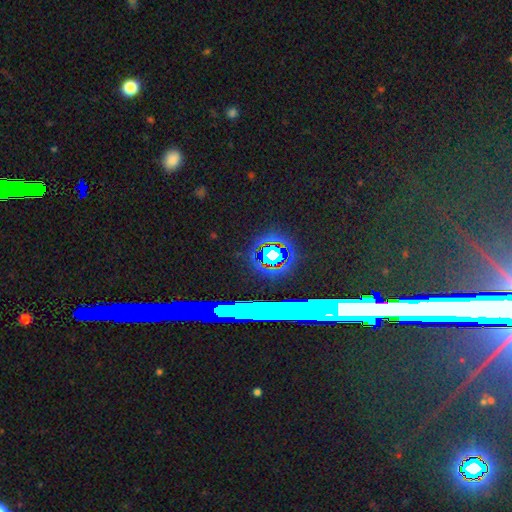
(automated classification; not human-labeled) Overall: star or artifact (78%).